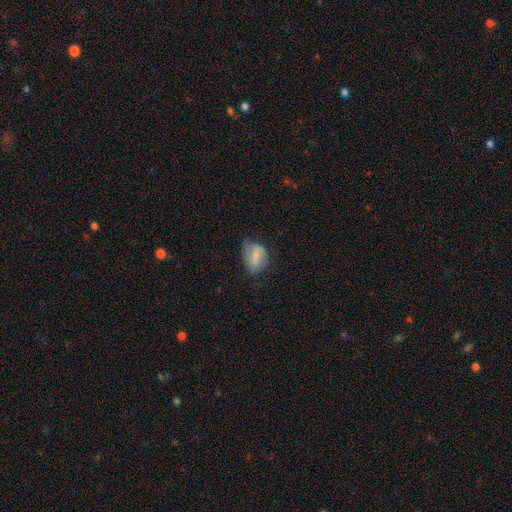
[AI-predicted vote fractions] This is likely a smooth galaxy (62%). How rounded: likely in between (76%). Merging: possibly none (51%).